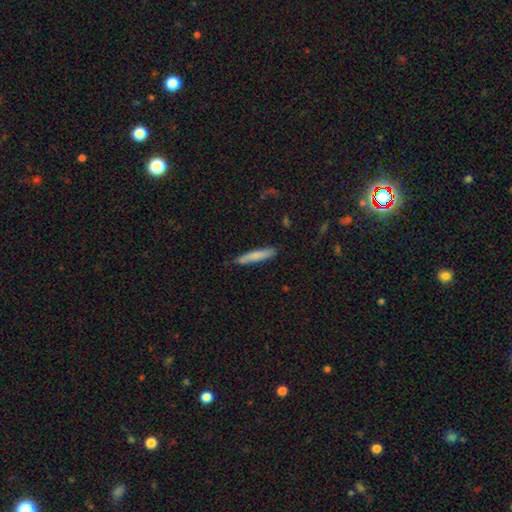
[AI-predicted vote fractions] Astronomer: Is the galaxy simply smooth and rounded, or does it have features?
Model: smooth — 76%.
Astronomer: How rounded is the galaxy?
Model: cigar-shaped — 92%.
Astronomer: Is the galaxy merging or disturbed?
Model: none — 82%.